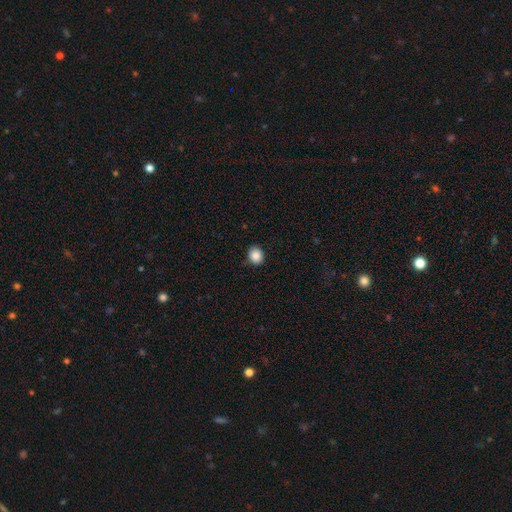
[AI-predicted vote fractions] This appears to be a smooth galaxy with no disk features (88%) that is round (73%). Merging: none (88%).